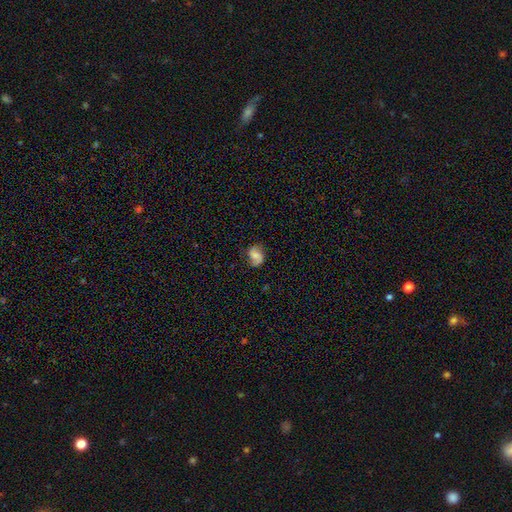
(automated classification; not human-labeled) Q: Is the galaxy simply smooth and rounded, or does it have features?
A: featured or disk — 60%.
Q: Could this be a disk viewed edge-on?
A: no — 98%.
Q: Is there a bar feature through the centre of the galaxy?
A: no — 56%.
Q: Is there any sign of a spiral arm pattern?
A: yes — 93%.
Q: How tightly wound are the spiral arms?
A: medium — 43%.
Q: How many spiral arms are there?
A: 2 — 88%.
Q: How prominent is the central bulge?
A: moderate — 46%.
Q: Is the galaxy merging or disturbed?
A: none — 74%.